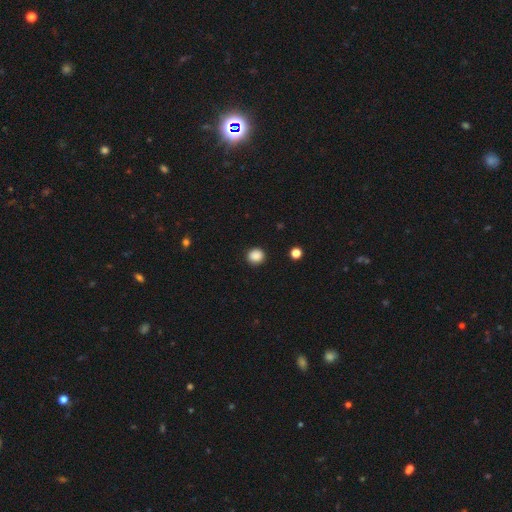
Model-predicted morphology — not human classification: smooth 88%, star or artifact 10%, featured or disk 2%. Down the decision tree: how rounded — round (84%); merging — none (90%).